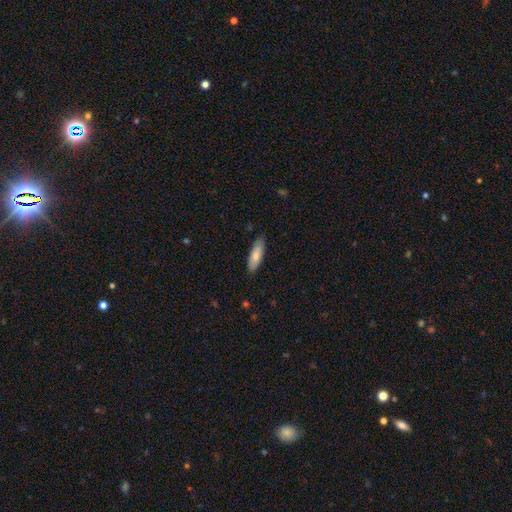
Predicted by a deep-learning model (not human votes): This appears to be a smooth galaxy with no disk features (77%) that is in between round and cigar-shaped (56%). Merging: none (82%).